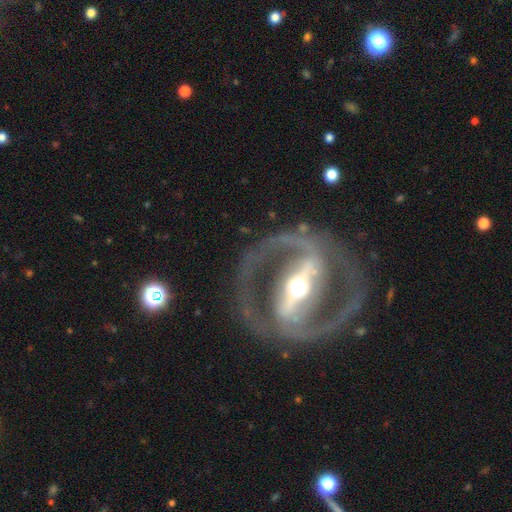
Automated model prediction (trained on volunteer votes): Smooth or featured? featured or disk (91%)
Edge-on disk? no (94%)
Bar? strong (79%)
Spiral arms? yes (90%)
Spiral winding? medium (50%)
Spiral arm count? 2 (92%)
Bulge size? moderate (66%)
Merging? none (81%)